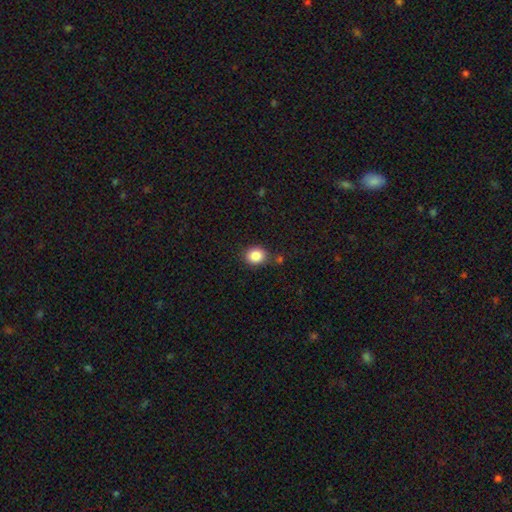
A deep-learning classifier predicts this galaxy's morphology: This is clearly a smooth galaxy (86%). How rounded: likely round (65%). Merging: clearly none (81%).